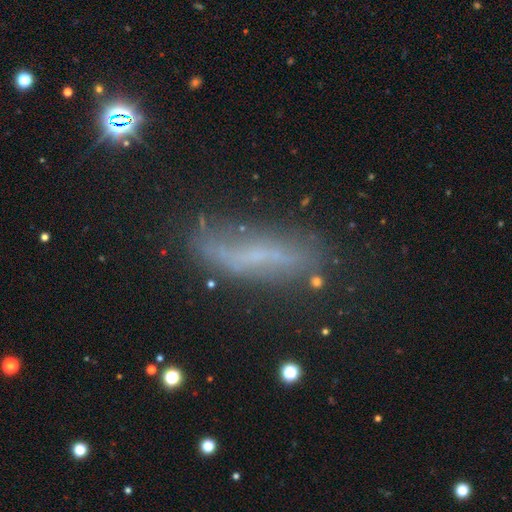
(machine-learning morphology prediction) featured or disk 47%, smooth 40%, star or artifact 13%. Down the decision tree: merging — none (59%).